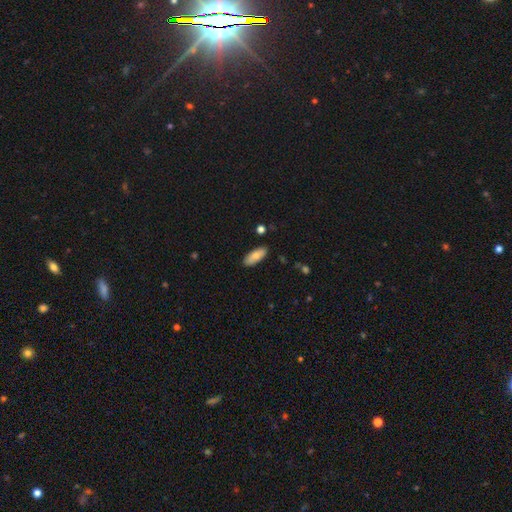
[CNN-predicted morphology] Smooth or featured: smooth — 76% (featured or disk — 17%)
How rounded: in between — 79% (cigar-shaped — 19%)
Merging: none — 85% (minor disturbance — 11%)